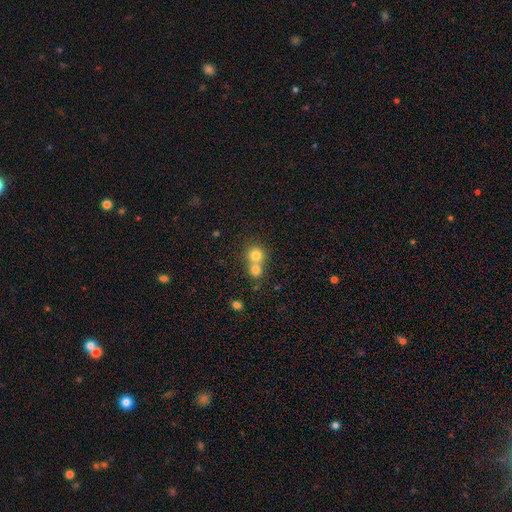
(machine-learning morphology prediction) type=smooth (77%); roundness=round (87%); merging=merger (55%).